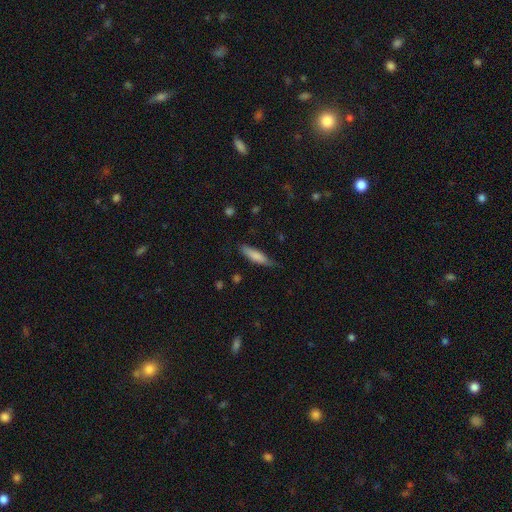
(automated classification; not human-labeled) Morphology: type=smooth (80%); roundness=cigar-shaped (72%); merging=none (75%).